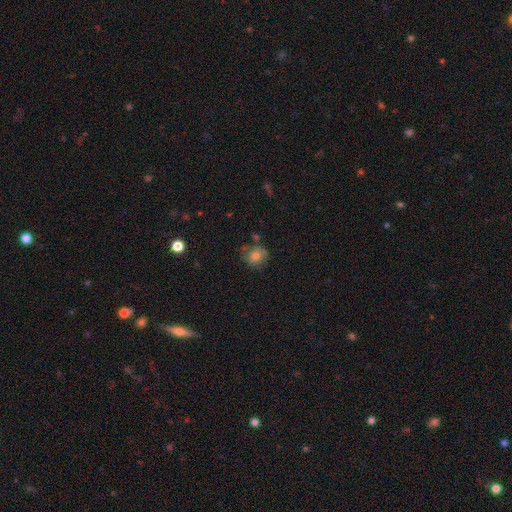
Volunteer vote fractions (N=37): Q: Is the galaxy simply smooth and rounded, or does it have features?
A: smooth — 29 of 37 (78%).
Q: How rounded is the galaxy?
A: round — 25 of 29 (86%).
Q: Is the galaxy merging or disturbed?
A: none — 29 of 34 (85%).